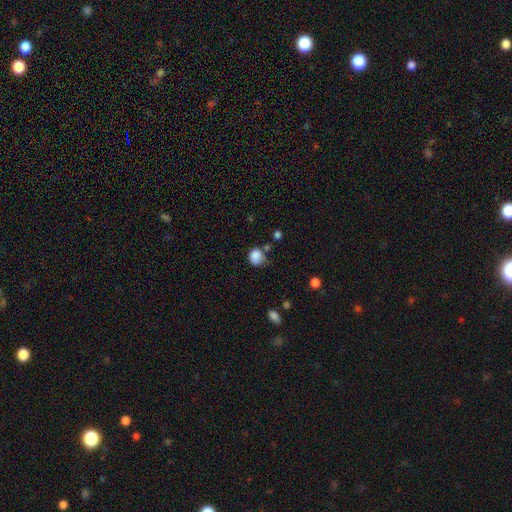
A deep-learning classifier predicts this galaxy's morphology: type=smooth (85%); roundness=round (77%); merging=none (53%).